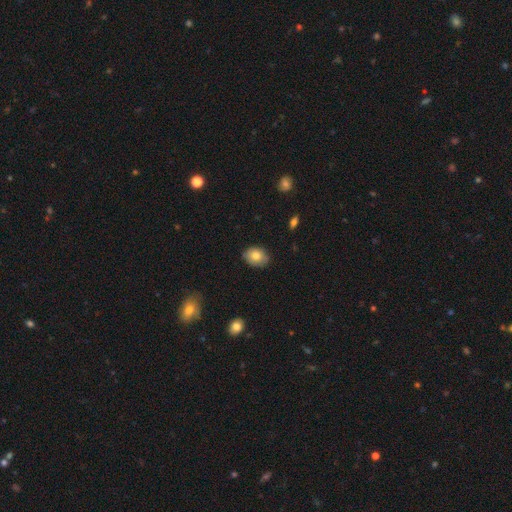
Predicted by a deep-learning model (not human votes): This is likely a smooth galaxy (80%). How rounded: likely in between (66%). Merging: clearly none (80%).